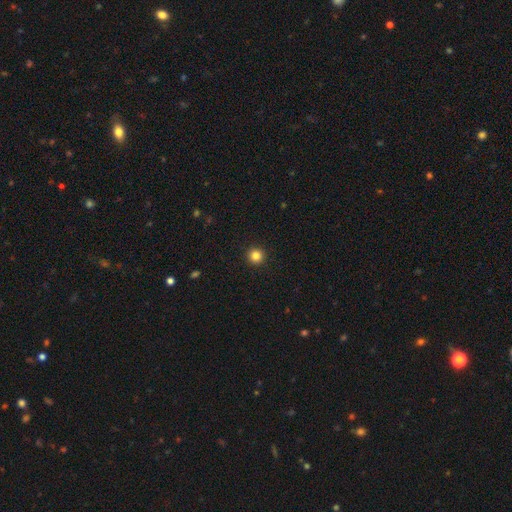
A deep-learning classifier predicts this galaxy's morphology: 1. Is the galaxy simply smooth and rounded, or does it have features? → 84% smooth, 12% star or artifact, 4% featured or disk.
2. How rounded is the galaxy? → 96% round, 3% in between, 1% cigar-shaped.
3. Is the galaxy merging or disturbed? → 93% none, 4% minor disturbance, 2% major disturbance, 1% merger.